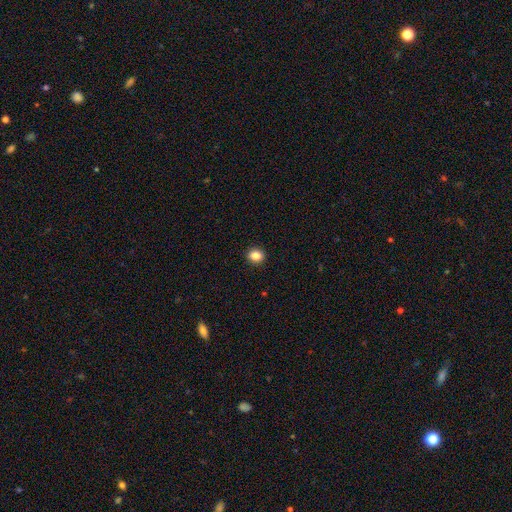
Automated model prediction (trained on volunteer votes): A smooth galaxy with no disk features (85%) that is round (70%).

Vote fractions:
- Smooth or featured? smooth: 85% / star or artifact: 10% / featured or disk: 5%
- How rounded? round: 70% / in between: 29% / cigar-shaped: 1%
- Merging? none: 92% / minor disturbance: 5% / major disturbance: 2% / merger: 1%